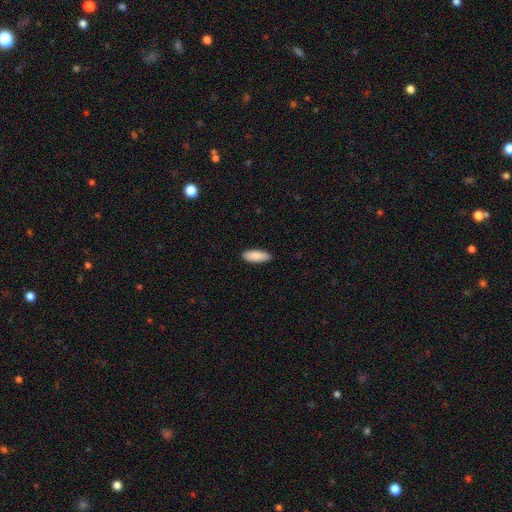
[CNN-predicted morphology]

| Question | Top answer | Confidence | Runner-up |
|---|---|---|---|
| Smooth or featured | smooth | 89% | star or artifact (6%) |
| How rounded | in between | 76% | cigar-shaped (23%) |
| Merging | none | 89% | minor disturbance (9%) |